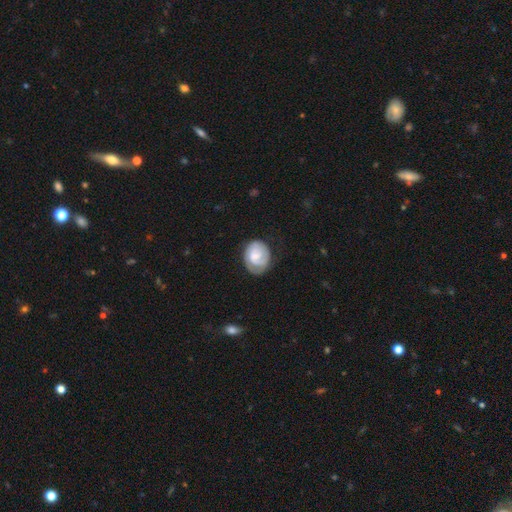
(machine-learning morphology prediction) Overall: featured or disk (60%; smooth 34%). Edge-on disk: no (97%). Bar: no (55%; weak 38%). Spiral arms: yes (86%). Bulge size: small (46%; moderate 37%). Merging: none (66%).